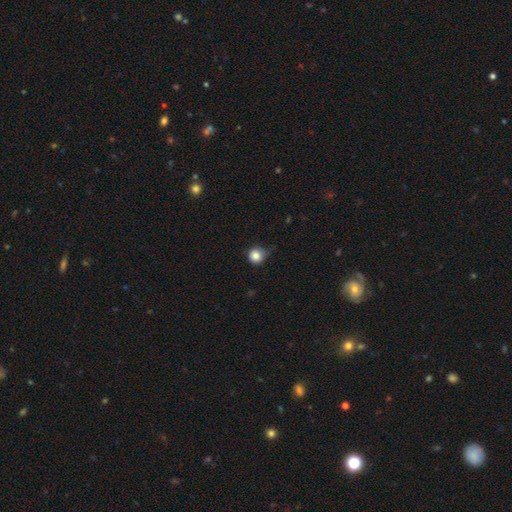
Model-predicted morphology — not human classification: Smooth or featured? Predicted: smooth (p=0.84). How rounded? Predicted: round (p=0.92). Merging? Predicted: none (p=0.67).